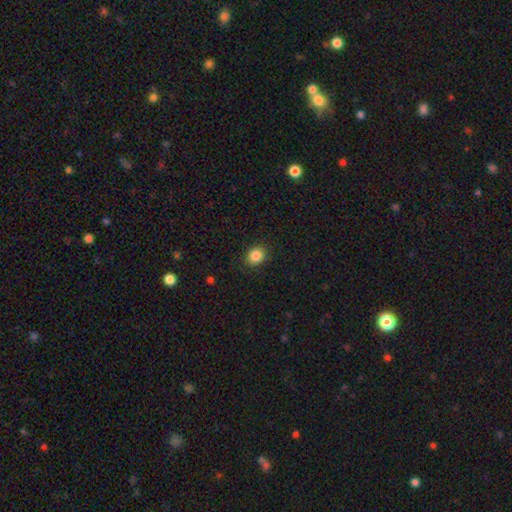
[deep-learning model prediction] Q: Smooth or featured?
A: smooth (86%); runner-up: star or artifact (10%)
Q: How rounded?
A: round (73%); runner-up: in between (26%)
Q: Merging?
A: none (90%); runner-up: minor disturbance (7%)